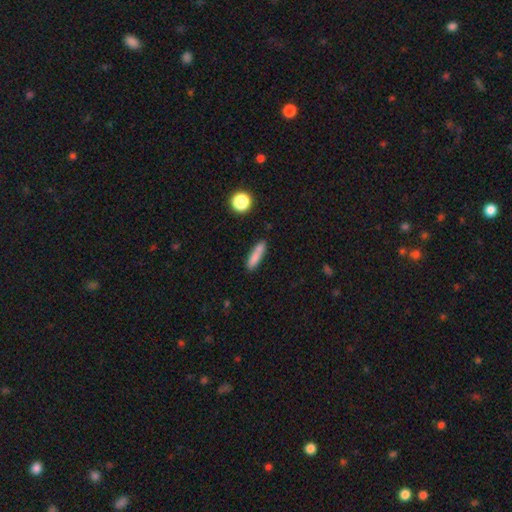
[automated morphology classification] smooth 81%, featured or disk 11%, star or artifact 8%. Down the decision tree: how rounded — cigar-shaped (77%); merging — none (77%).